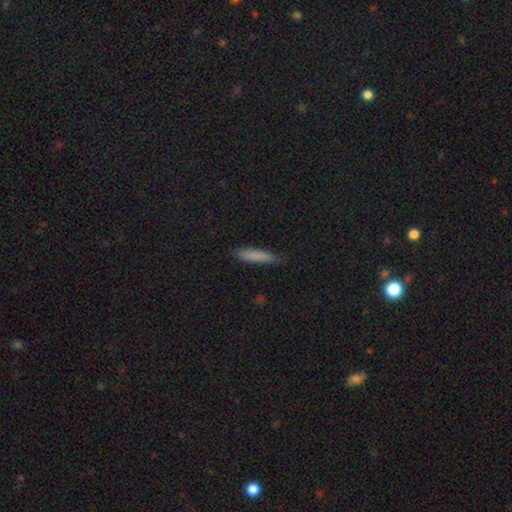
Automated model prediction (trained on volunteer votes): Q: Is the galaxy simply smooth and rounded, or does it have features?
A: smooth — 83%.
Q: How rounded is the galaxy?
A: cigar-shaped — 87%.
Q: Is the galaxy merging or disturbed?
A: none — 85%.